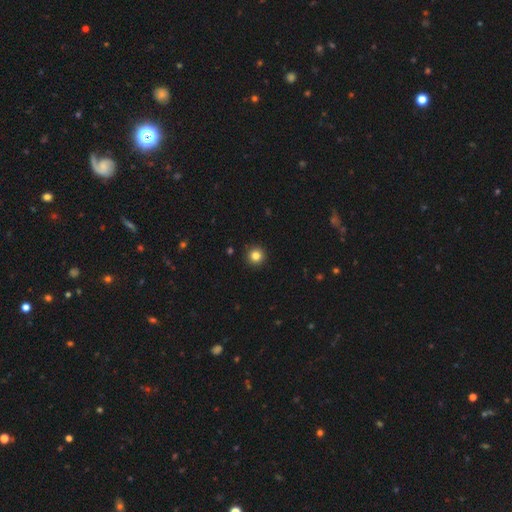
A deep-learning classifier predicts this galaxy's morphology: Smooth or featured?
  - smooth: 83% *
  - star or artifact: 12%
  - featured or disk: 5%
How rounded?
  - round: 96% *
  - in between: 3%
  - cigar-shaped: 1%
Merging?
  - none: 93% *
  - minor disturbance: 4%
  - major disturbance: 1%
  - merger: 1%